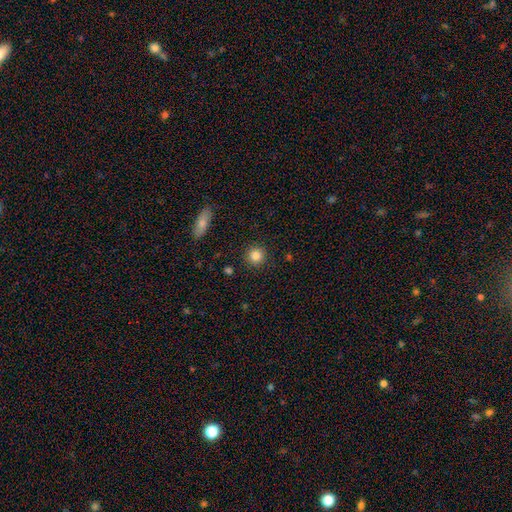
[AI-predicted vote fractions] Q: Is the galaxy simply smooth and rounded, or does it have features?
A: smooth — 84%.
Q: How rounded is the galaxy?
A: round — 93%.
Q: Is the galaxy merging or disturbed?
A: none — 91%.